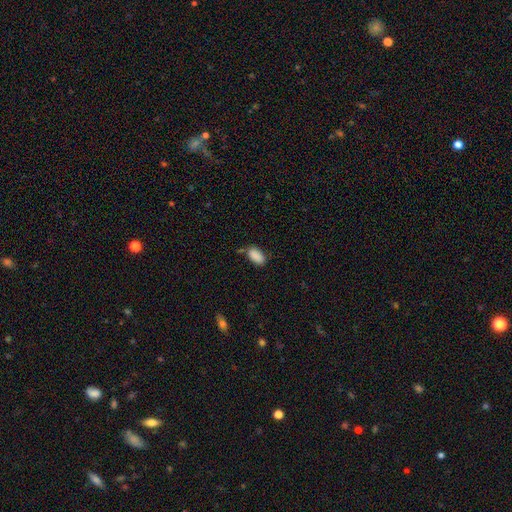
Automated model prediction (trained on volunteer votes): smooth-or-featured: smooth: 89% | star or artifact: 8% | featured or disk: 3%
  how-rounded: in between: 94% | round: 3% | cigar-shaped: 3%
  merging: none: 73% | minor disturbance: 17% | merger: 6% | major disturbance: 4%